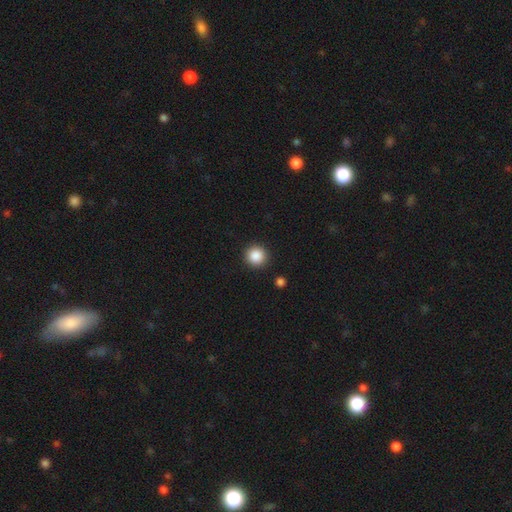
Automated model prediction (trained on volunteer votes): Smooth or featured? Predicted: smooth (p=0.87). How rounded? Predicted: round (p=0.94). Merging? Predicted: none (p=0.91).